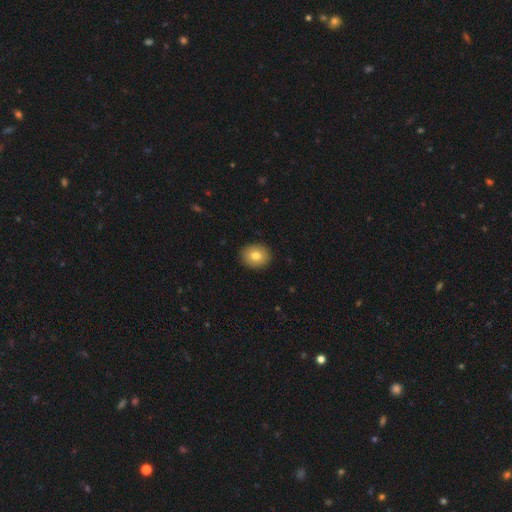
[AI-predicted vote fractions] Morphology: type=smooth (79%); roundness=round (63%); merging=none (91%).